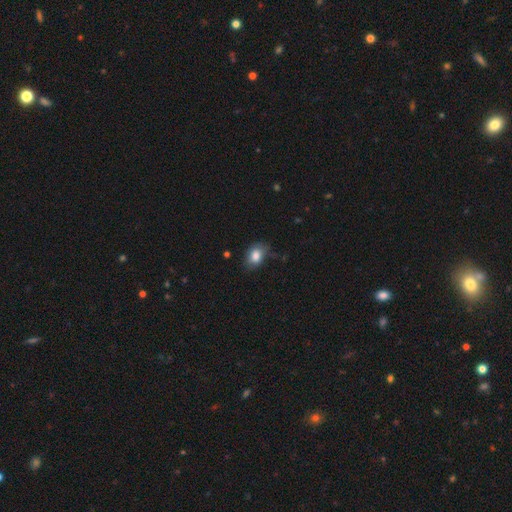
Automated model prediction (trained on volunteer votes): A smooth galaxy with no disk features (82%) that is in between round and cigar-shaped (78%).

Vote fractions:
- Smooth or featured? smooth: 82% / featured or disk: 10% / star or artifact: 8%
- How rounded? in between: 78% / round: 21% / cigar-shaped: 1%
- Merging? none: 66% / minor disturbance: 26% / major disturbance: 7% / merger: 2%